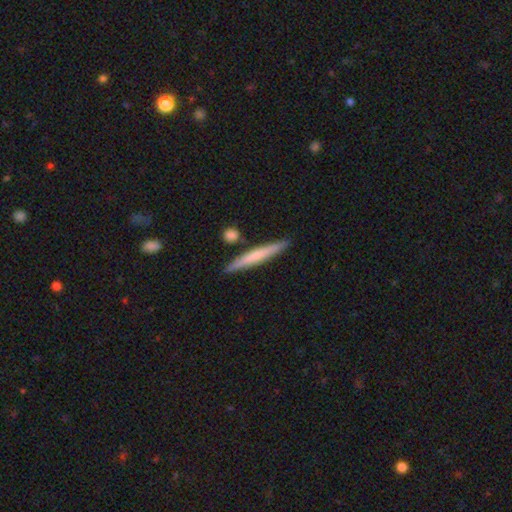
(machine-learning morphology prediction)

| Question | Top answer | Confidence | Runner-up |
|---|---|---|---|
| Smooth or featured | smooth | 57% | featured or disk (37%) |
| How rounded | cigar-shaped | 95% | in between (3%) |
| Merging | none | 85% | minor disturbance (8%) |